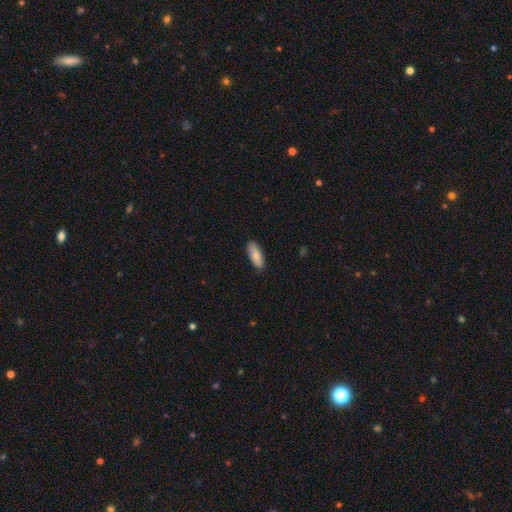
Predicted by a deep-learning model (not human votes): Q: Smooth or featured?
A: smooth (84%); runner-up: featured or disk (10%)
Q: How rounded?
A: in between (72%); runner-up: cigar-shaped (26%)
Q: Merging?
A: none (86%); runner-up: minor disturbance (11%)